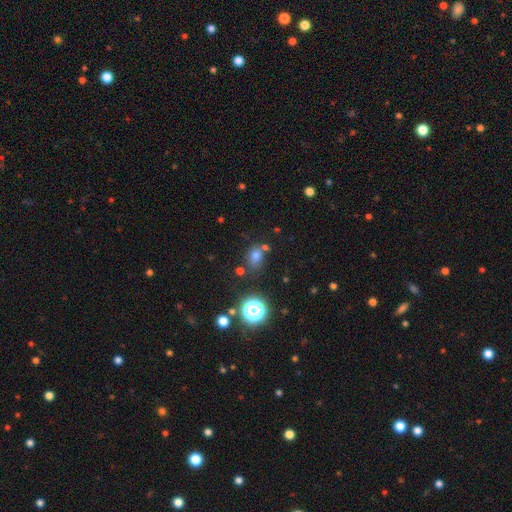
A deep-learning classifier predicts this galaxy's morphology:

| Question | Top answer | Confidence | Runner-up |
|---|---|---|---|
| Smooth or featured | smooth | 69% | star or artifact (21%) |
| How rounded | in between | 55% | round (43%) |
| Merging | none | 64% | minor disturbance (16%) |